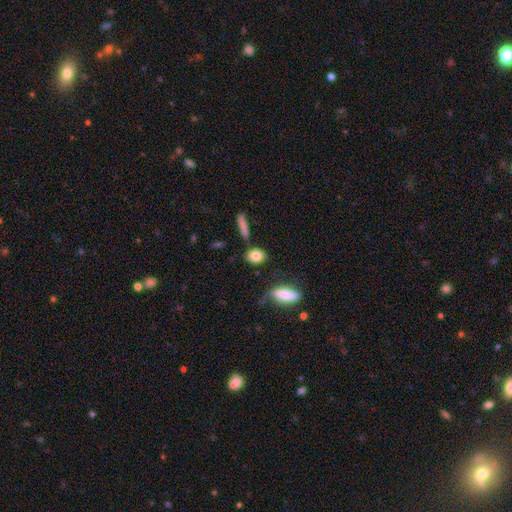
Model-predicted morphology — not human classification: type=smooth (83%); roundness=in between (50%); merging=none (77%).